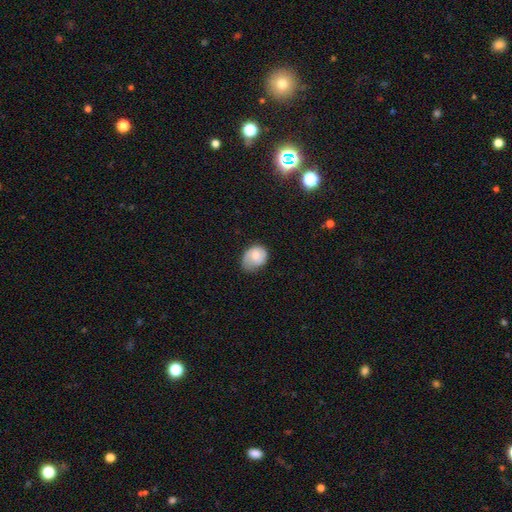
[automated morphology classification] This is likely a smooth galaxy (73%). How rounded: possibly in between (52%). Merging: possibly none (48%).